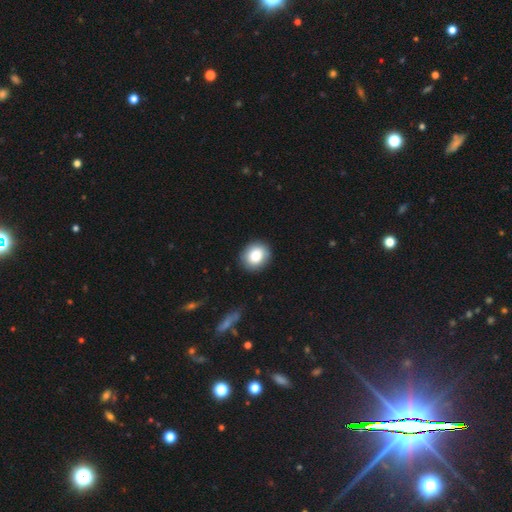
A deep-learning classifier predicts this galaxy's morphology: The model was most divided on "how rounded": round: 69%, in between: 30%, cigar-shaped: 1%. More confident: merging — none (88%); smooth or featured — smooth (83%).